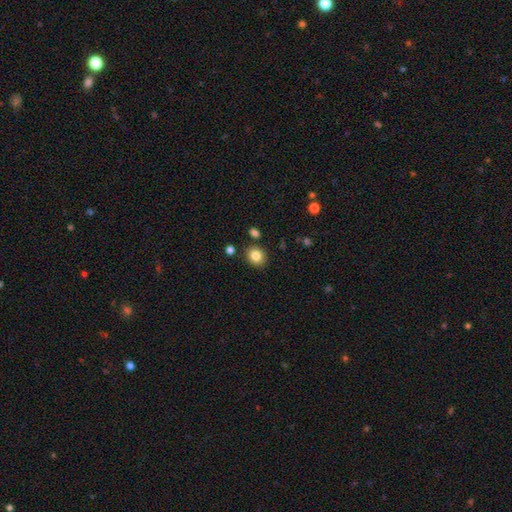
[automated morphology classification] A smooth galaxy with no disk features (84%) that is round (67%). Merging: none (85%).